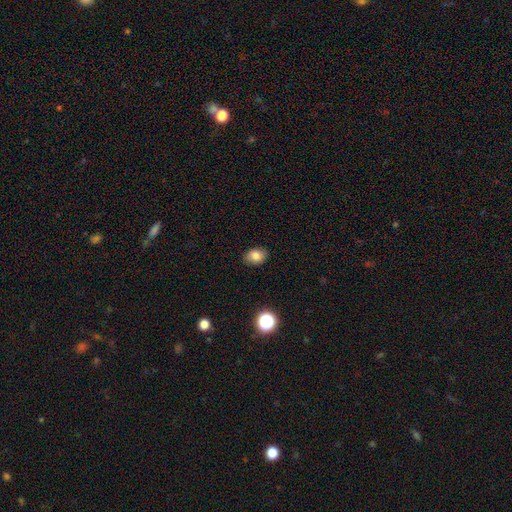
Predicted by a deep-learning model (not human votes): Morphology: type=smooth (82%); roundness=in between (66%); merging=none (86%).